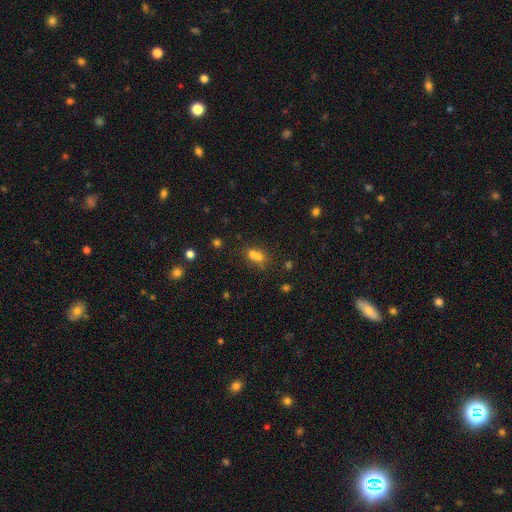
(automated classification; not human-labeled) Smooth or featured? Predicted: smooth (p=0.65). How rounded? Predicted: round (p=0.59). Merging? Predicted: merger (p=0.61).